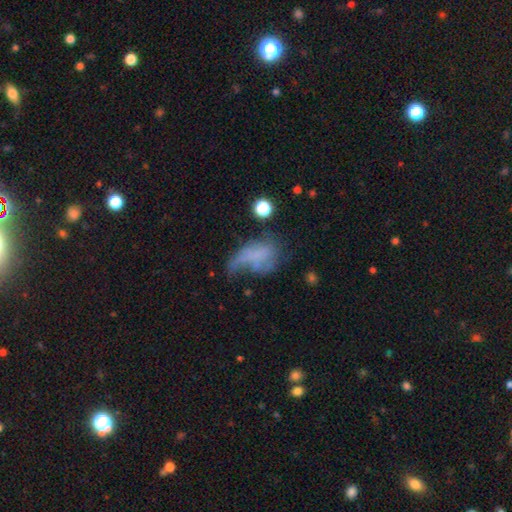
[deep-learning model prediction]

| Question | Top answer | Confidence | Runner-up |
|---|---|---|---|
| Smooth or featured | smooth | 46% | featured or disk (38%) |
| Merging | major disturbance | 45% | none (24%) |